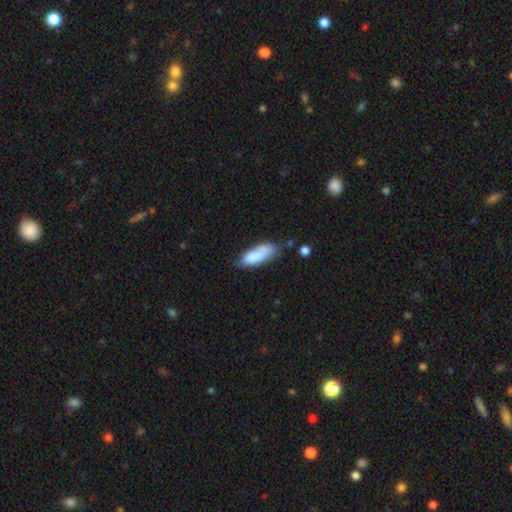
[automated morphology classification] Smooth or featured? smooth (75%)
How rounded? in between (65%)
Merging? none (49%)